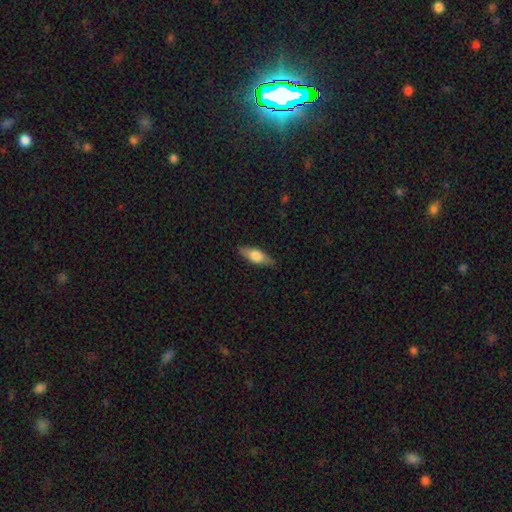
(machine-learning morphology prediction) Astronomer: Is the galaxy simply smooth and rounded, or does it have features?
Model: smooth — 61%.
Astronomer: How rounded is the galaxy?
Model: in between — 65%.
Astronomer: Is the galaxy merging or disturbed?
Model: none — 86%.